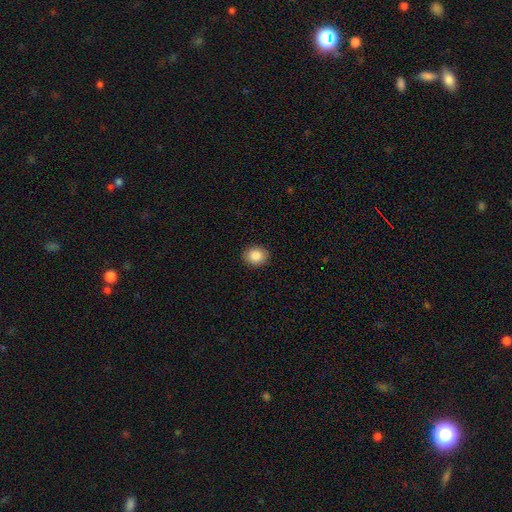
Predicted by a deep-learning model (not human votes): Q: Smooth or featured?
A: smooth (87%); runner-up: star or artifact (8%)
Q: How rounded?
A: round (59%); runner-up: in between (40%)
Q: Merging?
A: none (90%); runner-up: minor disturbance (7%)